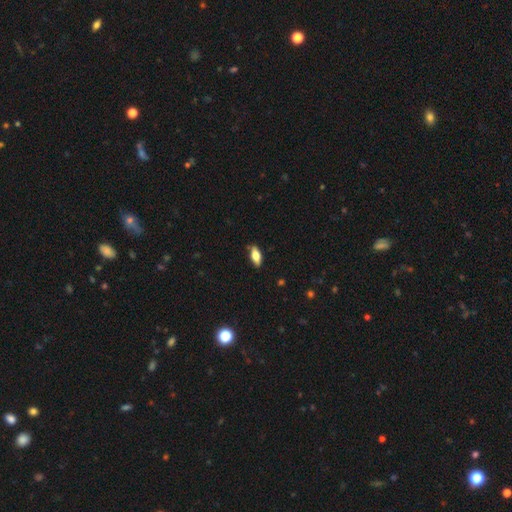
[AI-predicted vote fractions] Overall: smooth (67%). How rounded: in between (79%). Merging: none (82%).